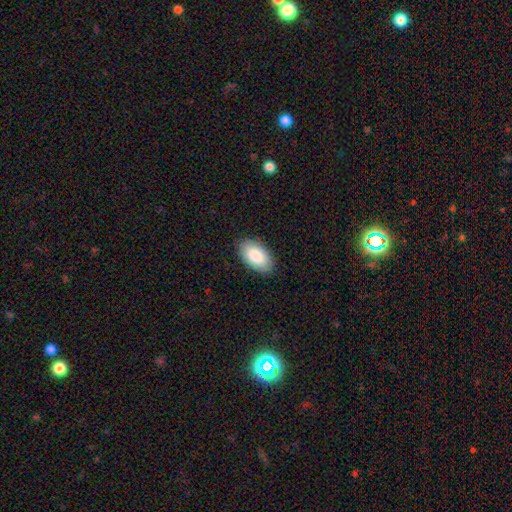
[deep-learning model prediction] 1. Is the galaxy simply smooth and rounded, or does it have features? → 86% smooth, 8% featured or disk, 6% star or artifact.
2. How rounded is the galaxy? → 96% in between, 3% round, 1% cigar-shaped.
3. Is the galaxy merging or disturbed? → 87% none, 10% minor disturbance, 2% major disturbance, 1% merger.